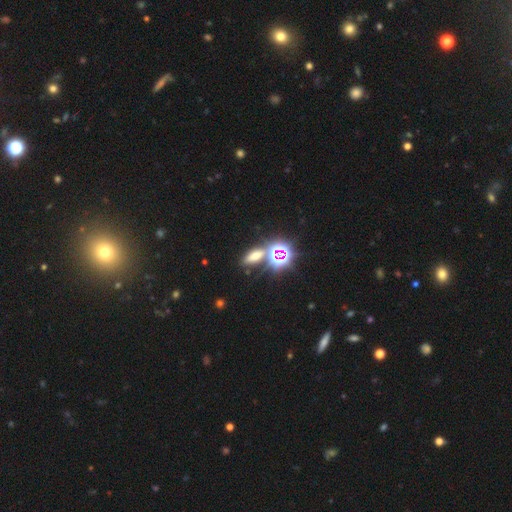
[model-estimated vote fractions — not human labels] Smooth or featured? Predicted: smooth (p=0.48). Merging? Predicted: none (p=0.68).